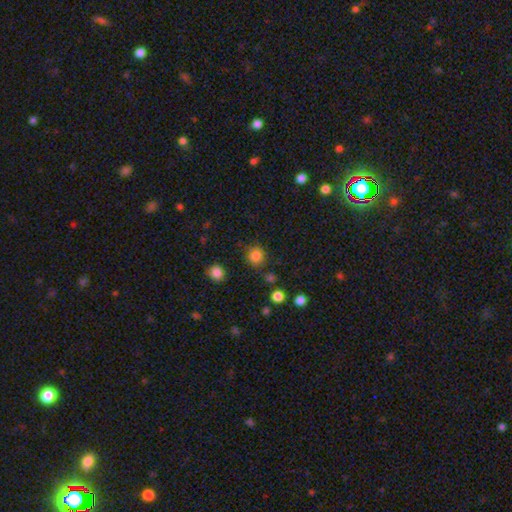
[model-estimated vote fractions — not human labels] This is clearly a smooth galaxy (81%). How rounded: clearly round (86%). Merging: likely none (79%).